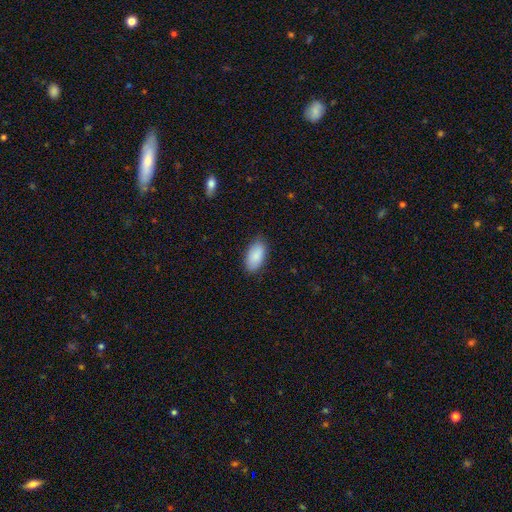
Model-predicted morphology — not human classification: Q: Smooth or featured?
A: smooth (89%); runner-up: star or artifact (6%)
Q: How rounded?
A: in between (94%); runner-up: cigar-shaped (3%)
Q: Merging?
A: none (84%); runner-up: minor disturbance (13%)